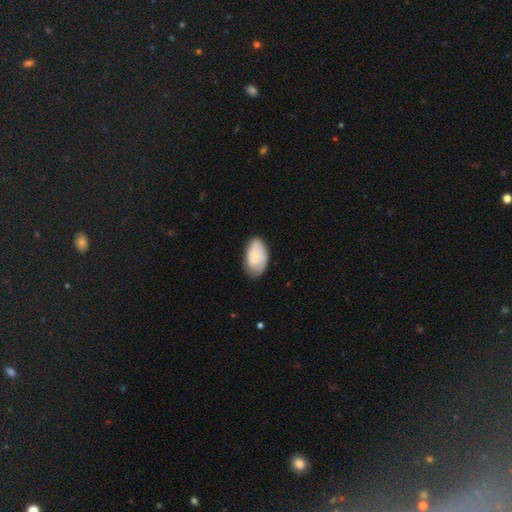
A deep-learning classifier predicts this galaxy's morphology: This appears to be a smooth galaxy with no disk features (64%) that is in between round and cigar-shaped (93%). Merging: none (70%).